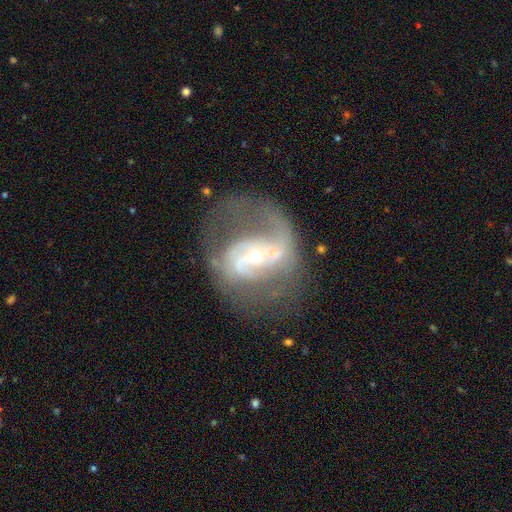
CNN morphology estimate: A featured or disk galaxy (79%) with no bar (53%), 2 (55%) medium (44%) spiral arms (84%) and a small central bulge (57%). Merging: merger (34%).